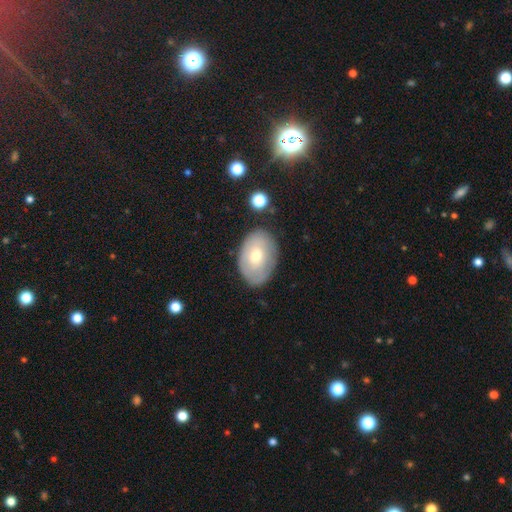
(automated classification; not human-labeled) A smooth galaxy with no disk features (55%) that is in between round and cigar-shaped (84%). Merging: none (76%).